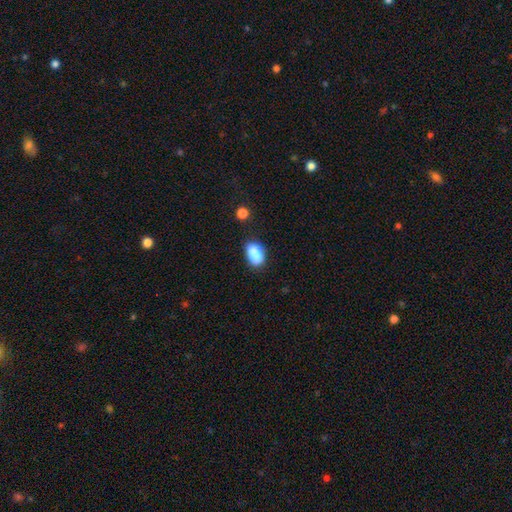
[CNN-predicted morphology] Overall: smooth (76%). How rounded: in between (82%). Merging: none (44%; merger 30%).